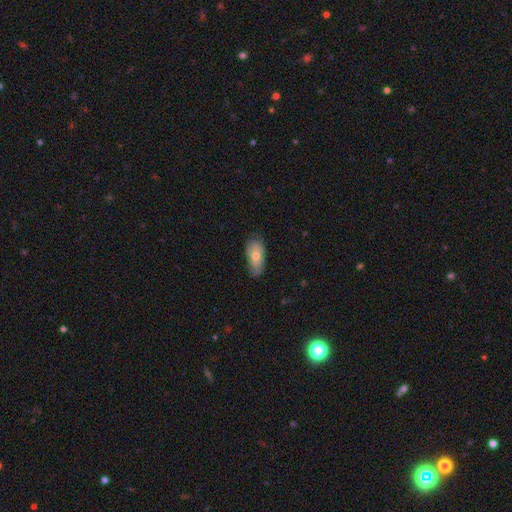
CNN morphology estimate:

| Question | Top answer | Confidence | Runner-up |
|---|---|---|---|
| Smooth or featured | smooth | 71% | featured or disk (23%) |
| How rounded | in between | 89% | cigar-shaped (7%) |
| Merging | none | 68% | minor disturbance (26%) |